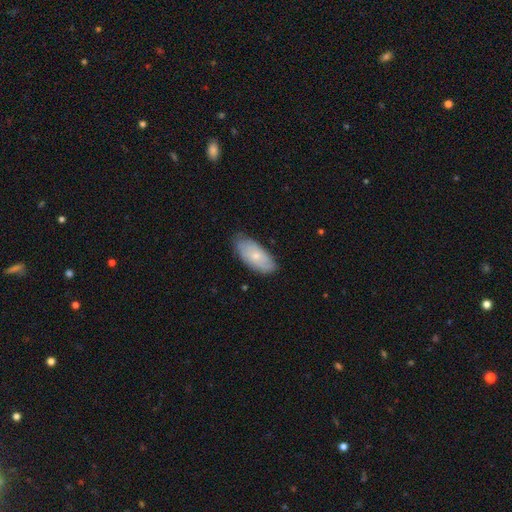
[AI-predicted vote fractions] Smooth or featured?
  - smooth: 58% *
  - featured or disk: 35%
  - star or artifact: 6%
How rounded?
  - in between: 89% *
  - cigar-shaped: 8%
  - round: 3%
Merging?
  - none: 72% *
  - minor disturbance: 23%
  - major disturbance: 4%
  - merger: 1%